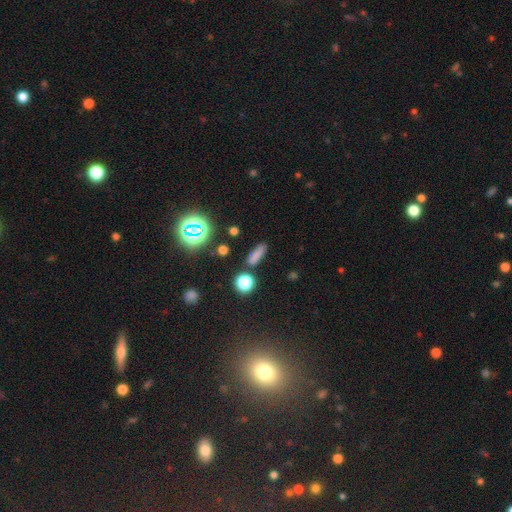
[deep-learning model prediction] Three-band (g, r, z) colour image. It shows a smooth galaxy with no disk features (74%) that is cigar-shaped (59%). Merging: none (80%).